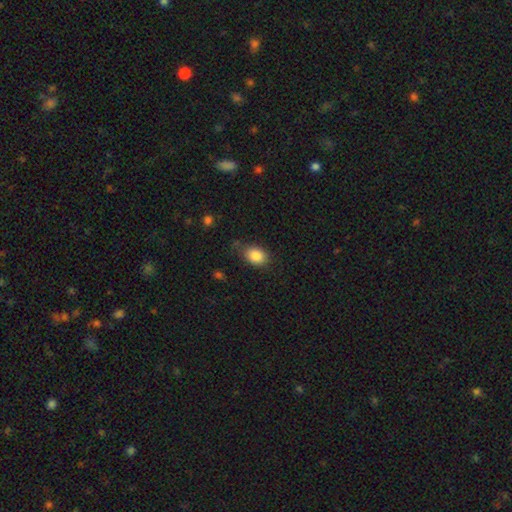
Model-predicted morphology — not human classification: A smooth galaxy with no disk features (86%) that is in between round and cigar-shaped (67%). Merging: none (72%).